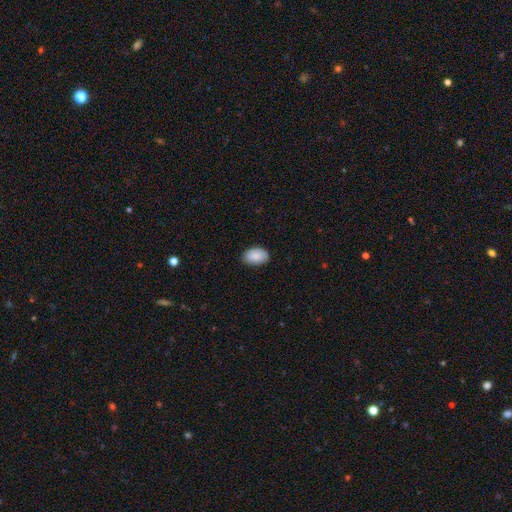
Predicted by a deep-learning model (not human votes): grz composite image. It shows a smooth galaxy with no disk features (88%) that is in between round and cigar-shaped (90%). Merging: none (84%).